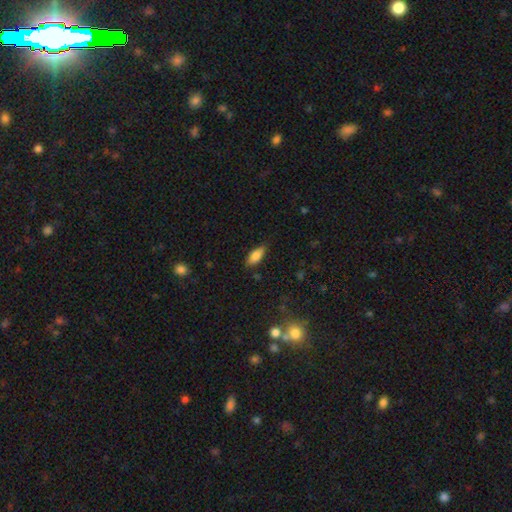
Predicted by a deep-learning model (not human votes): Smooth or featured?
  - smooth: 82% *
  - featured or disk: 11%
  - star or artifact: 7%
How rounded?
  - in between: 84% *
  - cigar-shaped: 14%
  - round: 2%
Merging?
  - none: 81% *
  - minor disturbance: 15%
  - major disturbance: 3%
  - merger: 1%